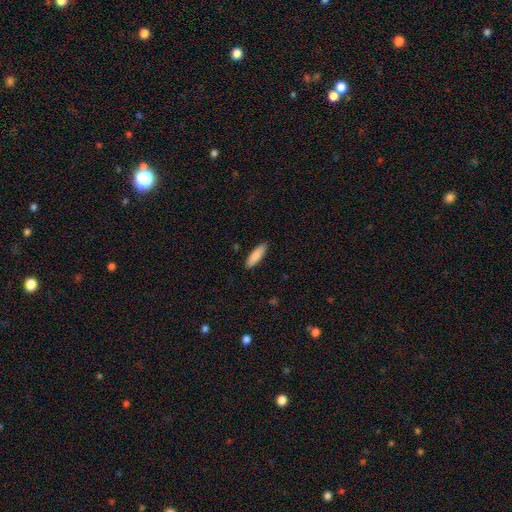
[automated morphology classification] smooth-or-featured: smooth: 88% | featured or disk: 7% | star or artifact: 6%
  how-rounded: cigar-shaped: 50% | in between: 48% | round: 1%
  merging: none: 89% | minor disturbance: 8% | major disturbance: 2% | merger: 1%